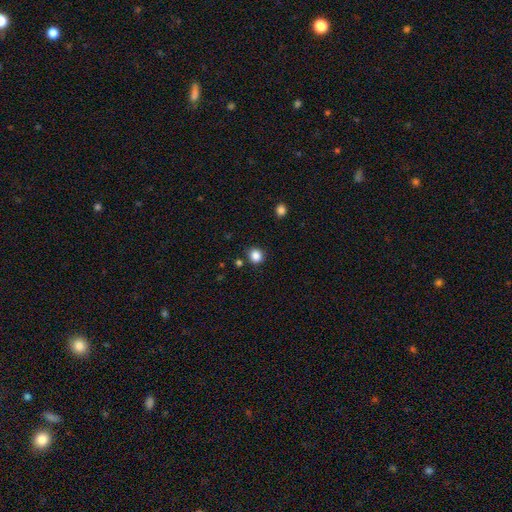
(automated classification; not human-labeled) A smooth galaxy with no disk features (86%) that is round (85%).

Vote fractions:
- Smooth or featured? smooth: 86% / star or artifact: 11% / featured or disk: 3%
- How rounded? round: 85% / in between: 14% / cigar-shaped: 1%
- Merging? none: 84% / minor disturbance: 9% / merger: 4% / major disturbance: 3%